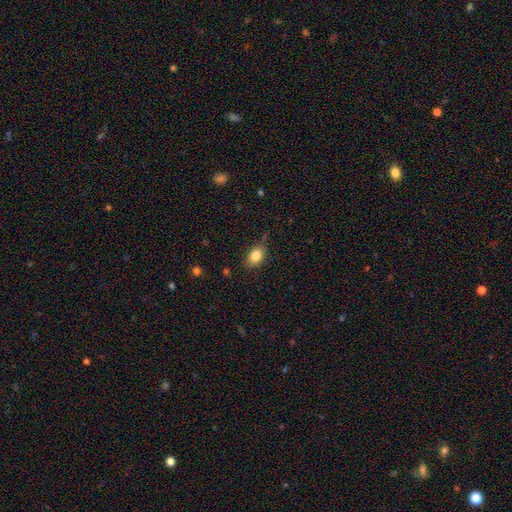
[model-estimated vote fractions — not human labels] Smooth or featured? smooth (84%)
How rounded? in between (77%)
Merging? none (73%)